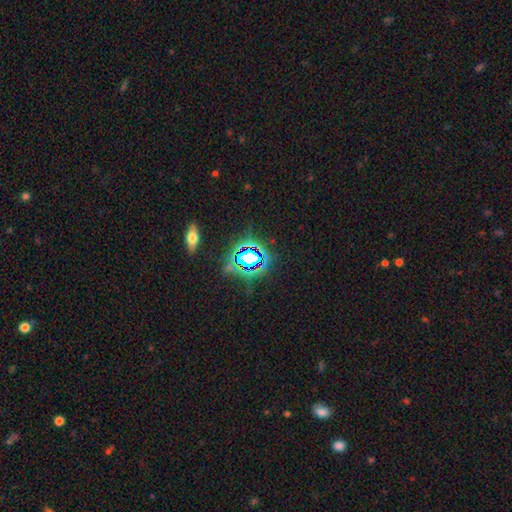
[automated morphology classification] smooth_or_featured: star or artifact (p=0.73) [alt: smooth p=0.16]